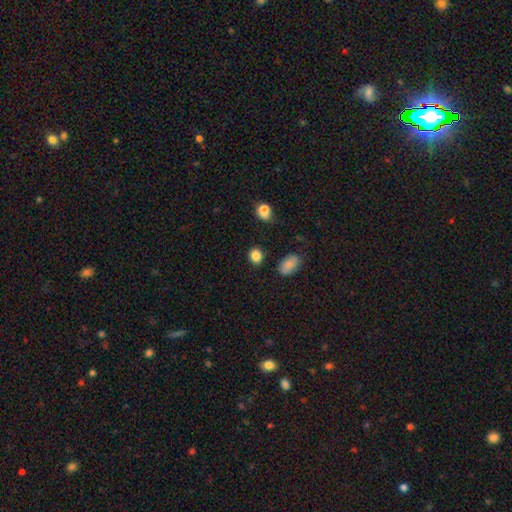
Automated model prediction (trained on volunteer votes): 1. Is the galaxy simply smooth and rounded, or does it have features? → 85% smooth, 11% star or artifact, 4% featured or disk.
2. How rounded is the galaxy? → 69% round, 30% in between, 1% cigar-shaped.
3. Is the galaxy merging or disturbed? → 84% none, 10% minor disturbance, 3% major disturbance, 3% merger.